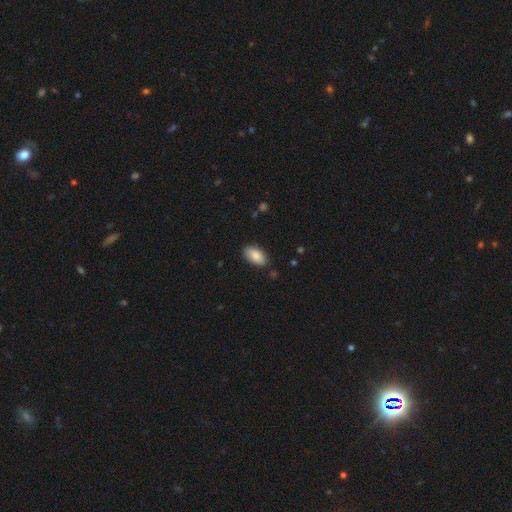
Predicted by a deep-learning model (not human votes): A smooth galaxy with no disk features (85%) that is in between round and cigar-shaped (94%).

Vote fractions:
- Smooth or featured? smooth: 85% / featured or disk: 8% / star or artifact: 7%
- How rounded? in between: 94% / cigar-shaped: 3% / round: 3%
- Merging? none: 85% / minor disturbance: 11% / major disturbance: 2% / merger: 1%